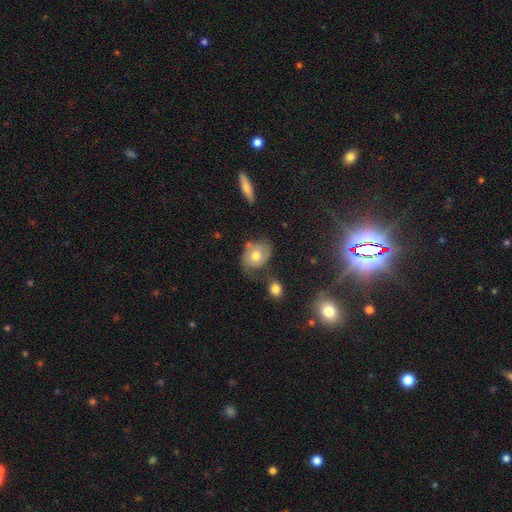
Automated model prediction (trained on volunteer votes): A smooth galaxy with no disk features (55%) that is in between round and cigar-shaped (59%). Merging: none (48%).